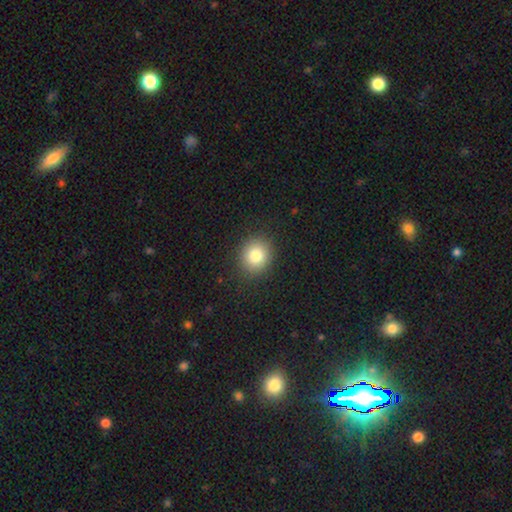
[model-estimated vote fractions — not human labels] This appears to be a smooth galaxy with no disk features (83%) that is round (79%). Merging: none (89%).